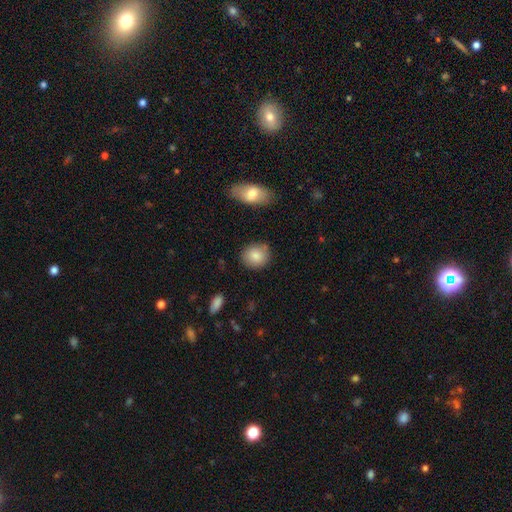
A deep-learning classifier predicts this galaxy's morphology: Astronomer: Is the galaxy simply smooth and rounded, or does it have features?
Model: smooth — 85%.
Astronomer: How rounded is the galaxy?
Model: round — 71%.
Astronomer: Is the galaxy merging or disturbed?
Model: none — 85%.